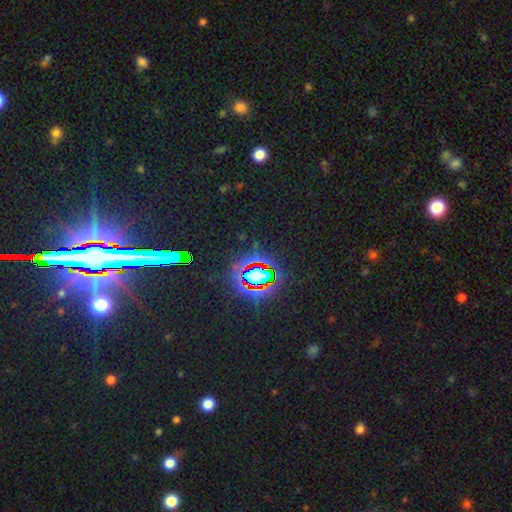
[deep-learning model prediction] Smooth or featured?
  - star or artifact: 83% *
  - featured or disk: 9%
  - smooth: 8%